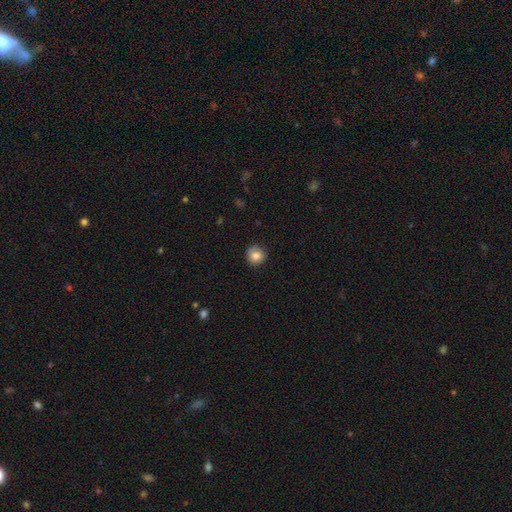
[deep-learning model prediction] Morphology: type=smooth (81%); roundness=round (89%); merging=none (77%).